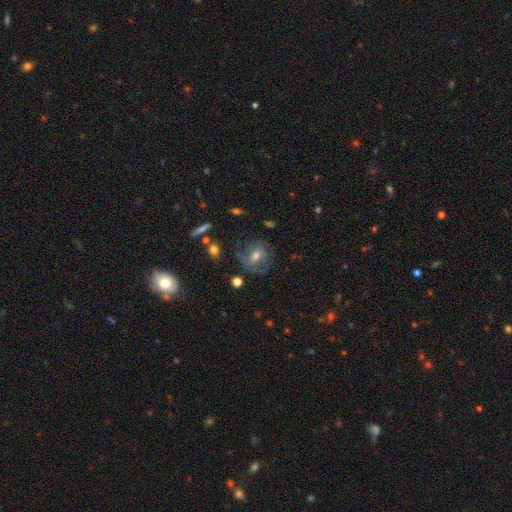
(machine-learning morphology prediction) A featured or disk galaxy (58%) with a weak bar (45%), spiral arms (78%) and a moderate central bulge (63%). Merging: none (65%).